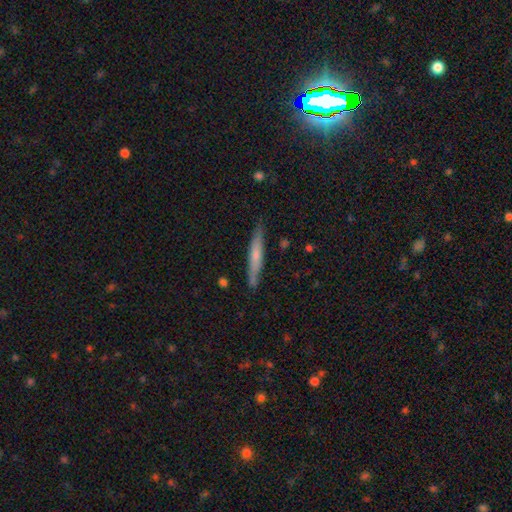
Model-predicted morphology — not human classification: Smooth or featured? smooth (55%)
How rounded? cigar-shaped (94%)
Merging? none (86%)